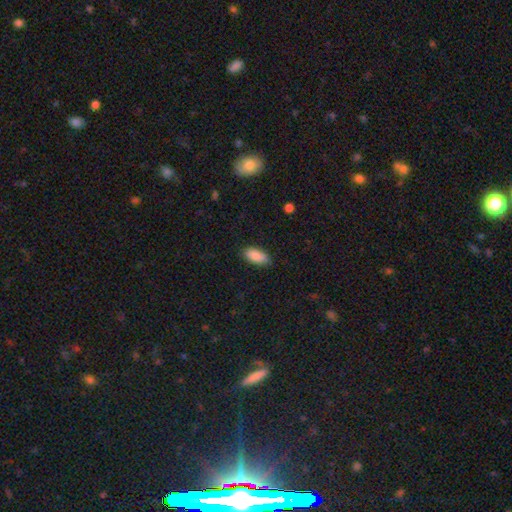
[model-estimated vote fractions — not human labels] Smooth or featured: smooth — 89% (star or artifact — 7%)
How rounded: in between — 90% (cigar-shaped — 8%)
Merging: none — 85% (minor disturbance — 12%)